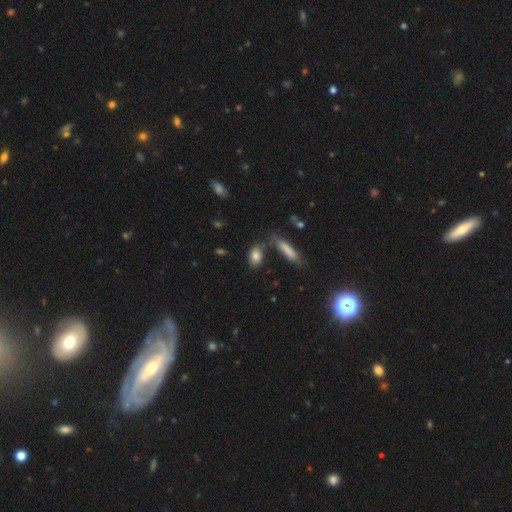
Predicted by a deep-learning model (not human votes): This is clearly a smooth galaxy (81%). How rounded: likely in between (78%). Merging: likely none (62%).